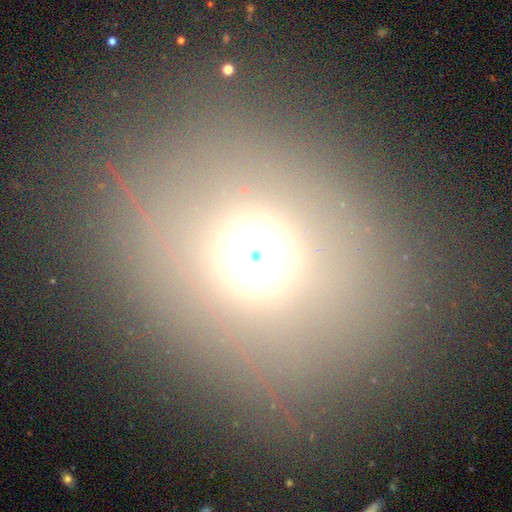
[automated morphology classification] Smooth or featured? smooth (61%)
How rounded? round (68%)
Merging? none (84%)